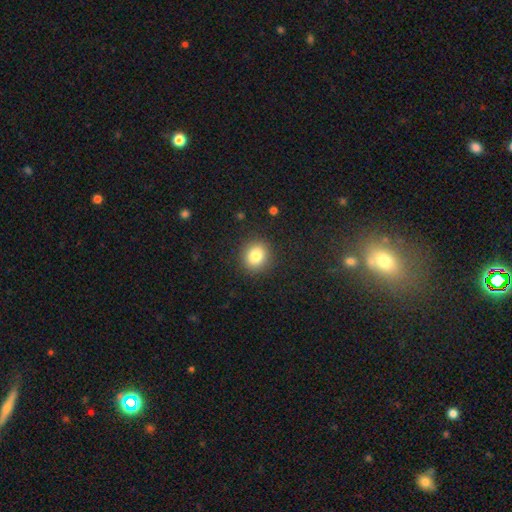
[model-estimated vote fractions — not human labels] Smooth or featured? smooth (83%)
How rounded? round (80%)
Merging? none (90%)